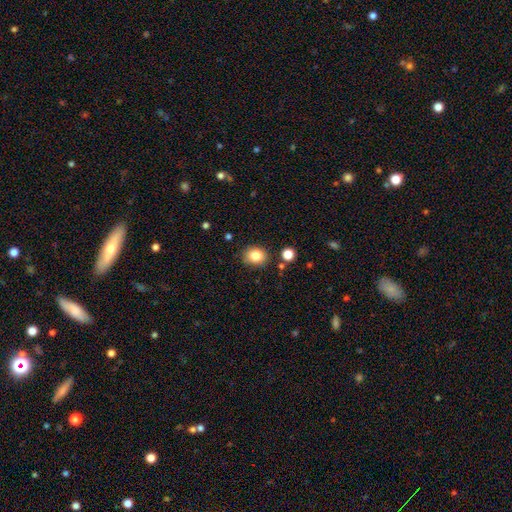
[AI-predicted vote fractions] This appears to be a smooth galaxy with no disk features (83%) that is round (66%). Merging: none (84%).